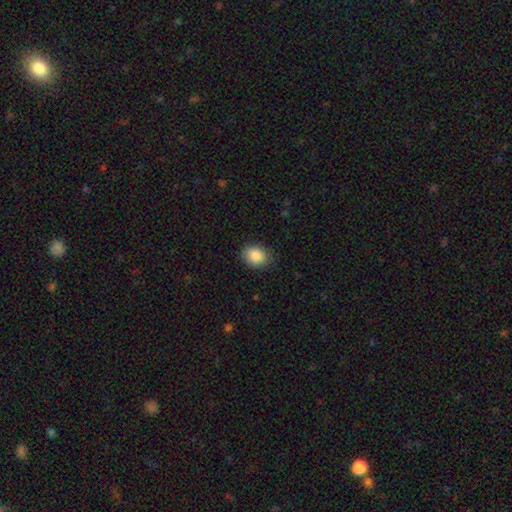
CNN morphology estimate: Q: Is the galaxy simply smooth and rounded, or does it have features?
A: smooth — 86%.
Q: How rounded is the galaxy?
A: in between — 53%.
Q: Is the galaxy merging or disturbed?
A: none — 85%.